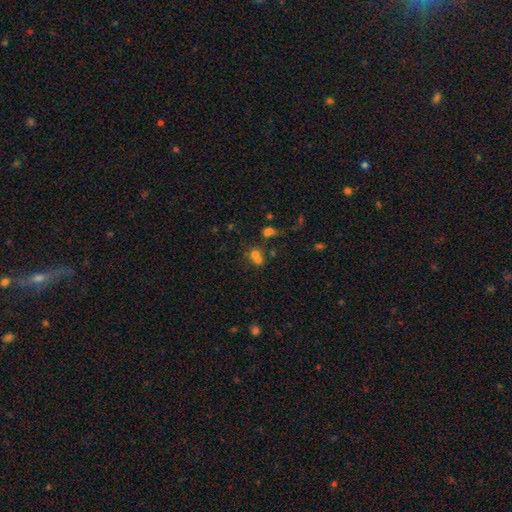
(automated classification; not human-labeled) Overall: smooth (62%). How rounded: round (69%; in between 30%). Merging: merger (57%; none 30%).